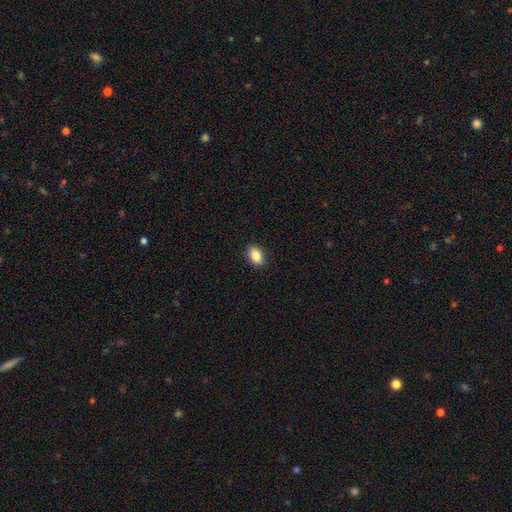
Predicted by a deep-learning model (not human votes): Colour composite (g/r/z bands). It shows a smooth galaxy with no disk features (87%) that is in between round and cigar-shaped (85%). Merging: none (90%).